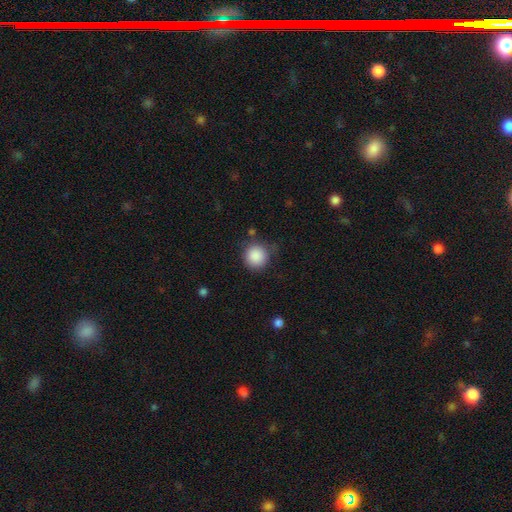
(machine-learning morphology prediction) A smooth galaxy with no disk features (88%) that is round (93%).

Vote fractions:
- Smooth or featured? smooth: 88% / star or artifact: 8% / featured or disk: 3%
- How rounded? round: 93% / in between: 6% / cigar-shaped: 1%
- Merging? none: 78% / minor disturbance: 15% / major disturbance: 5% / merger: 2%